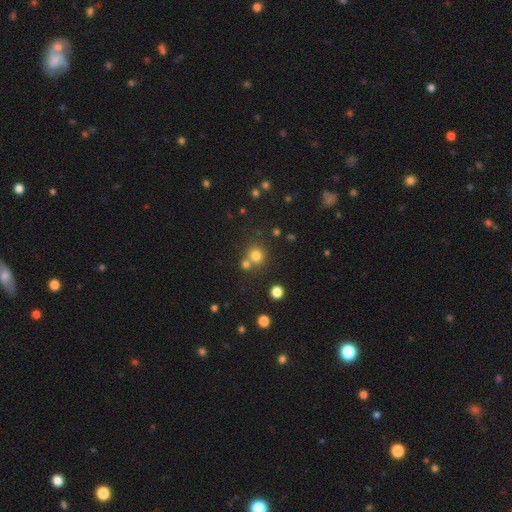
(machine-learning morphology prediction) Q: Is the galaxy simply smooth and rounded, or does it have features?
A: smooth — 76%.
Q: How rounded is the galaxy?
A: round — 89%.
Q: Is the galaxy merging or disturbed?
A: none — 65%.